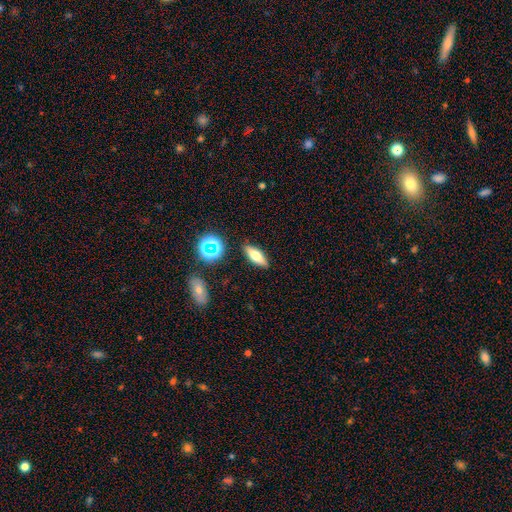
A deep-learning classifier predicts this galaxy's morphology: Smooth or featured: smooth — 61% (featured or disk — 27%)
How rounded: in between — 63% (cigar-shaped — 32%)
Merging: none — 86% (minor disturbance — 10%)